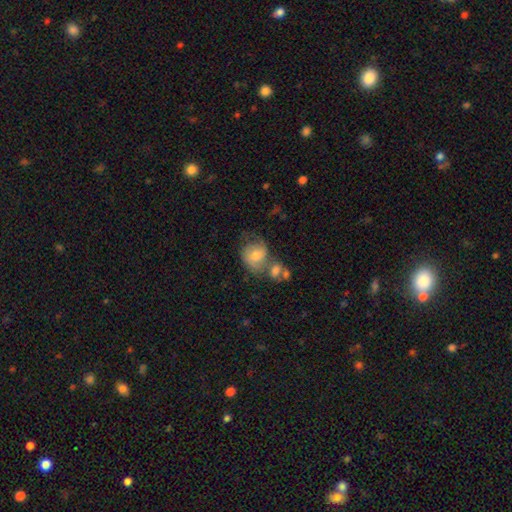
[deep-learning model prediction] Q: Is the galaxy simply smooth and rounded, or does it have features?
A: smooth — 54%.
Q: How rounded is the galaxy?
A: round — 63%.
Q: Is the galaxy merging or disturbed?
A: merger — 34%.